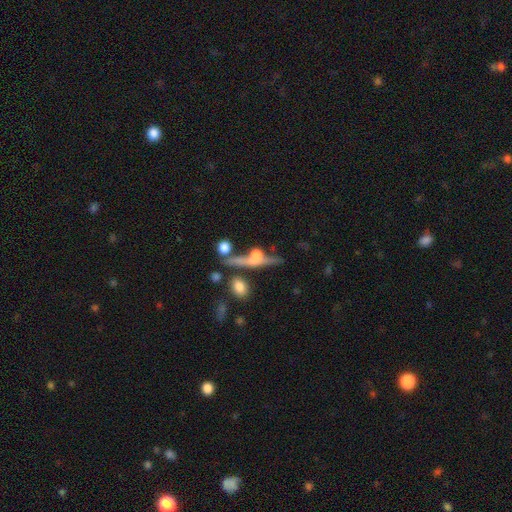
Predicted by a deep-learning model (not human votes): smooth_or_featured: featured or disk (p=0.63) [alt: smooth p=0.26]
disk_edge_on: yes (p=0.84) [alt: no p=0.16]
edge_on_bulge: rounded (p=0.85) [alt: none p=0.09]
merging: none (p=0.58) [alt: merger p=0.17]